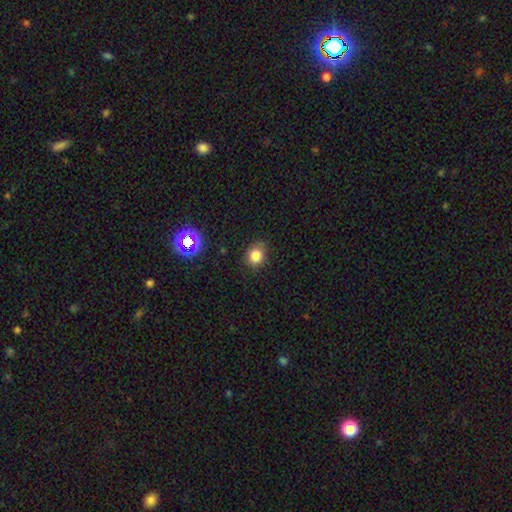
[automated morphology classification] type=smooth (80%); roundness=round (66%); merging=none (81%).